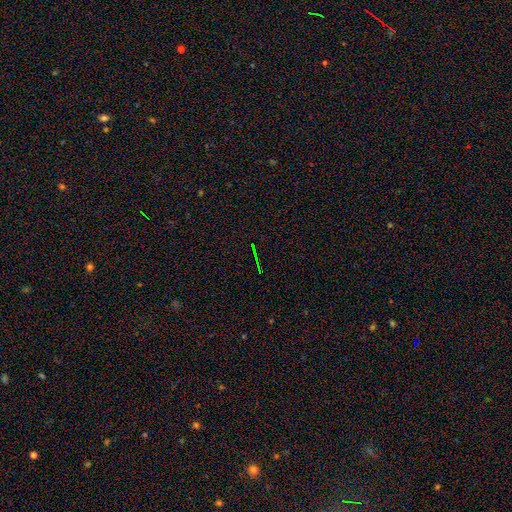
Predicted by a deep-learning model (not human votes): Smooth or featured: star or artifact — 74% (smooth — 13%)